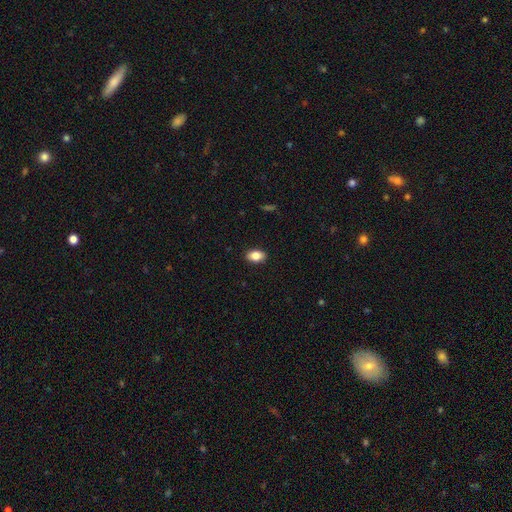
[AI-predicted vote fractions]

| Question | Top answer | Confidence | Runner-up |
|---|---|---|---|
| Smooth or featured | smooth | 86% | star or artifact (8%) |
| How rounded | in between | 88% | round (10%) |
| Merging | none | 90% | minor disturbance (8%) |